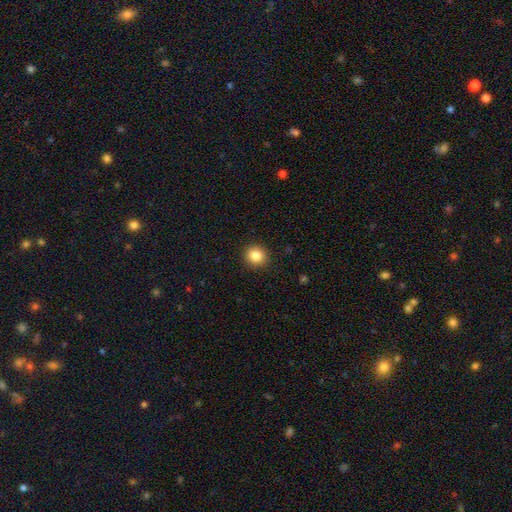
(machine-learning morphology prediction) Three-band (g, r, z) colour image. It shows a smooth galaxy with no disk features (84%) that is round (89%). Merging: none (91%).